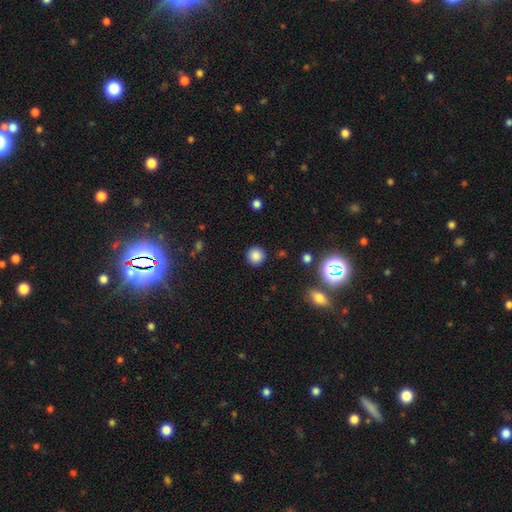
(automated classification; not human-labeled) Smooth or featured?
  - smooth: 84% *
  - star or artifact: 12%
  - featured or disk: 4%
How rounded?
  - round: 94% *
  - in between: 5%
  - cigar-shaped: 1%
Merging?
  - none: 90% *
  - minor disturbance: 6%
  - major disturbance: 2%
  - merger: 2%